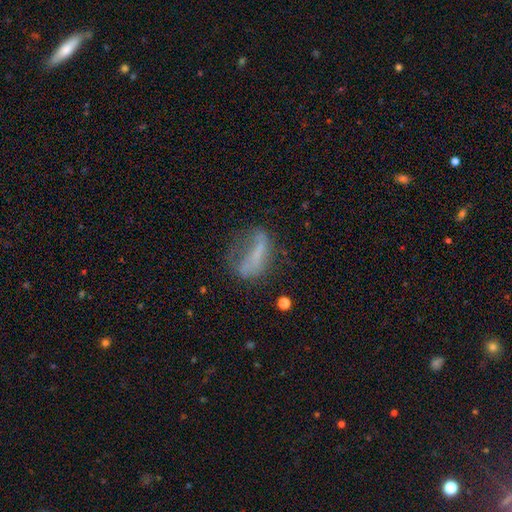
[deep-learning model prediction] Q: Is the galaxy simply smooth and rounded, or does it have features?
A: smooth — 45%.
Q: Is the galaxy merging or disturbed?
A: major disturbance — 37%.